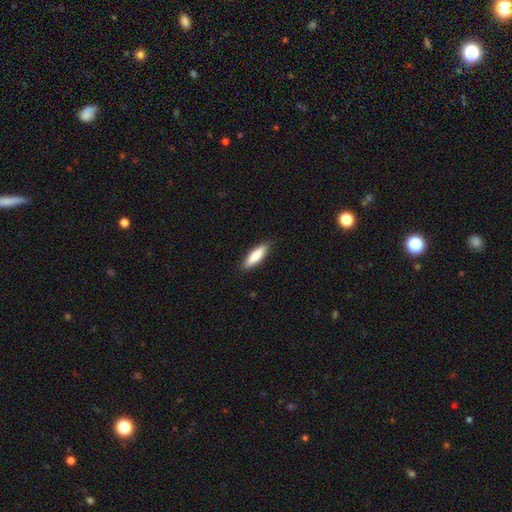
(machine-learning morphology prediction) type=smooth (83%); roundness=cigar-shaped (54%); merging=none (88%).